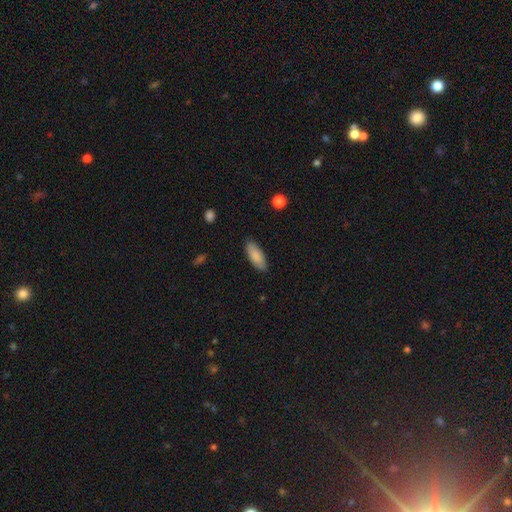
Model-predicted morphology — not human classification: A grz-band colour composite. It shows a smooth galaxy with no disk features (85%) that is in between round and cigar-shaped (78%). Merging: none (85%).